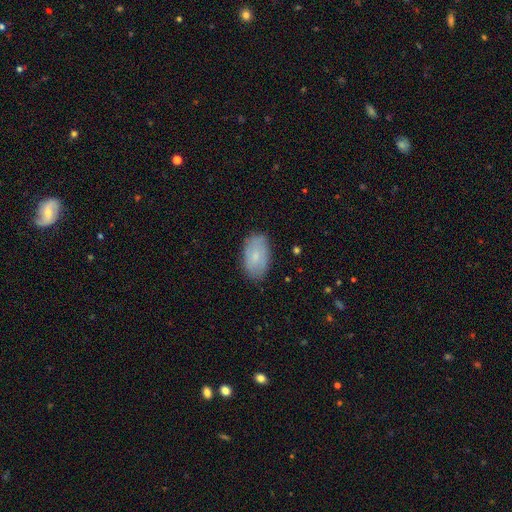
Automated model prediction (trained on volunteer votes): Smooth or featured?
  - smooth: 70% *
  - featured or disk: 23%
  - star or artifact: 7%
How rounded?
  - in between: 93% *
  - round: 5%
  - cigar-shaped: 2%
Merging?
  - none: 80% *
  - minor disturbance: 16%
  - major disturbance: 3%
  - merger: 1%